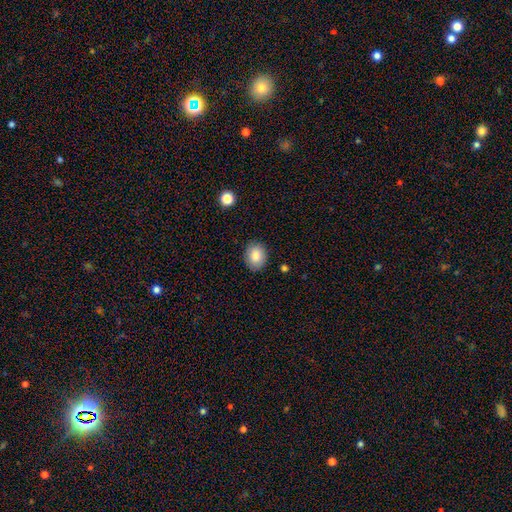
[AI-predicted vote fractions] A smooth galaxy with no disk features (83%) that is round (52%).

Vote fractions:
- Smooth or featured? smooth: 83% / featured or disk: 9% / star or artifact: 8%
- How rounded? round: 52% / in between: 47% / cigar-shaped: 1%
- Merging? none: 86% / minor disturbance: 10% / major disturbance: 2% / merger: 1%